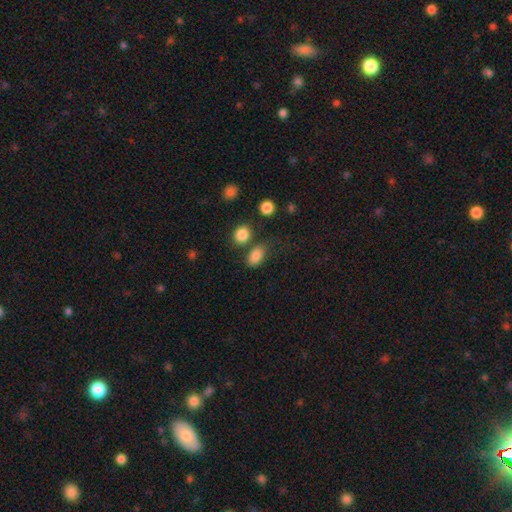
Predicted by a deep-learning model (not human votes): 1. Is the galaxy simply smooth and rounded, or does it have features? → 84% smooth, 10% star or artifact, 6% featured or disk.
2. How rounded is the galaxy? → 84% in between, 14% round, 2% cigar-shaped.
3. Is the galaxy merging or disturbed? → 63% none, 16% minor disturbance, 14% merger, 7% major disturbance.